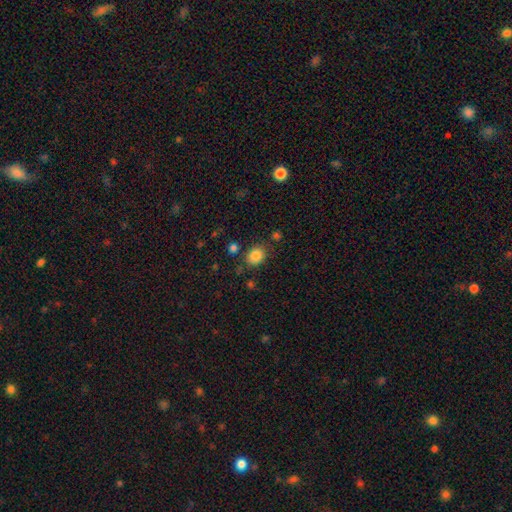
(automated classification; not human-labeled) Overall: smooth (84%). How rounded: round (56%; in between 43%). Merging: none (79%).